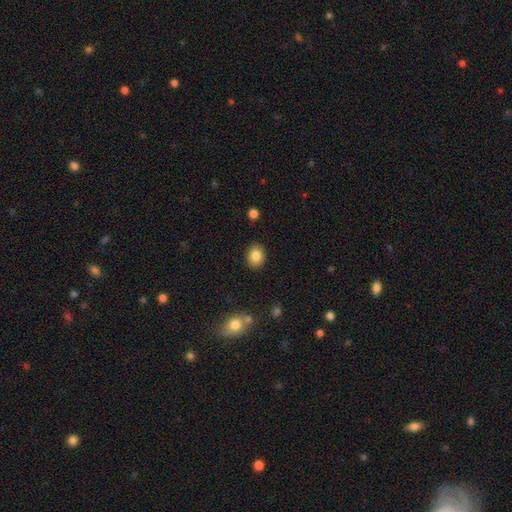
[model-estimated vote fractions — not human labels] A smooth galaxy with no disk features (84%) that is in between round and cigar-shaped (51%).

Vote fractions:
- Smooth or featured? smooth: 84% / star or artifact: 9% / featured or disk: 7%
- How rounded? in between: 51% / round: 48% / cigar-shaped: 1%
- Merging? none: 88% / minor disturbance: 8% / major disturbance: 2% / merger: 1%